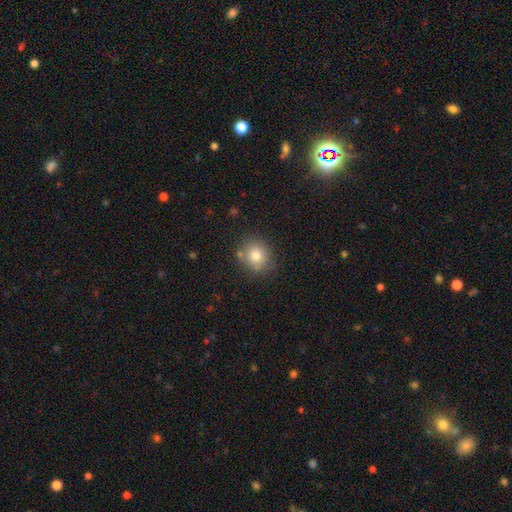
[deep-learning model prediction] smooth 77%, star or artifact 12%, featured or disk 11%. Down the decision tree: how rounded — round (80%); merging — none (78%).